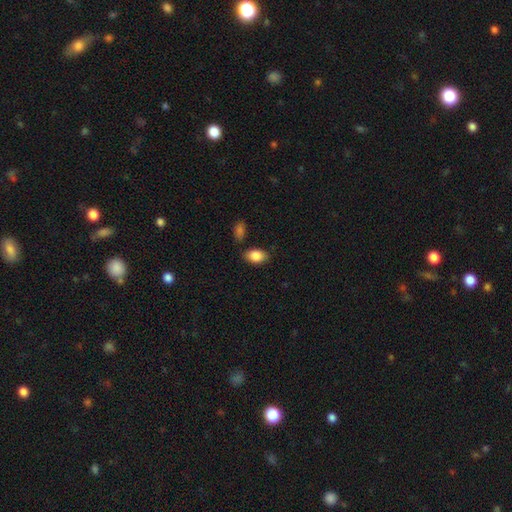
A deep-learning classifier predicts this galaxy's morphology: Q: Smooth or featured?
A: smooth (87%); runner-up: star or artifact (7%)
Q: How rounded?
A: in between (88%); runner-up: round (10%)
Q: Merging?
A: none (78%); runner-up: minor disturbance (14%)